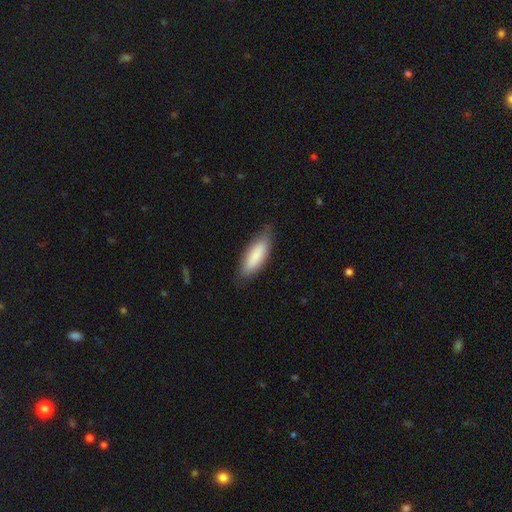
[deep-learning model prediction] Smooth or featured? smooth (84%)
How rounded? in between (64%)
Merging? none (79%)